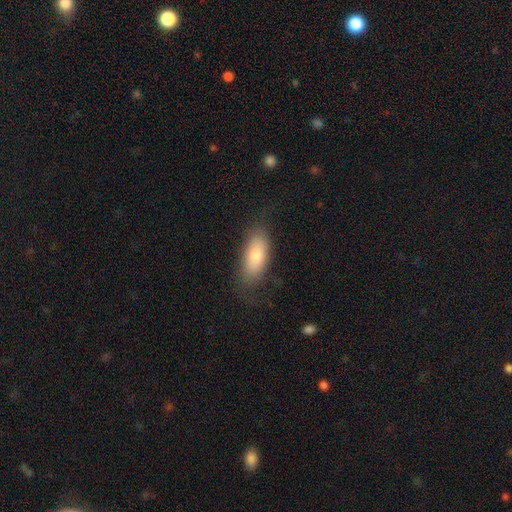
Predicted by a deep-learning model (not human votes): smooth-or-featured: smooth: 68% | featured or disk: 22% | star or artifact: 10%
  how-rounded: in between: 73% | cigar-shaped: 24% | round: 3%
  merging: none: 76% | minor disturbance: 17% | major disturbance: 6% | merger: 1%